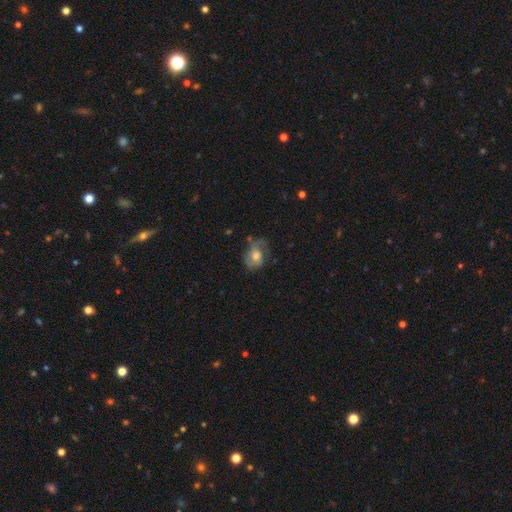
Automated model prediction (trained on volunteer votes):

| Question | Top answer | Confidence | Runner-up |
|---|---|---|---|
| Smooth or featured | featured or disk | 49% | smooth (42%) |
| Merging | none | 54% | minor disturbance (26%) |